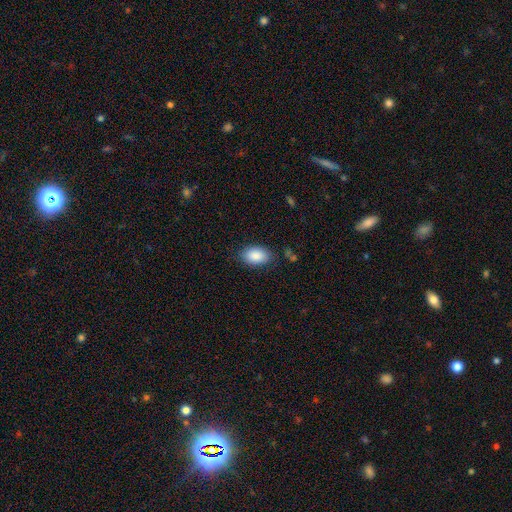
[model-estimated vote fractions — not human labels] Smooth or featured? Predicted: smooth (p=0.88). How rounded? Predicted: in between (p=0.90). Merging? Predicted: none (p=0.80).